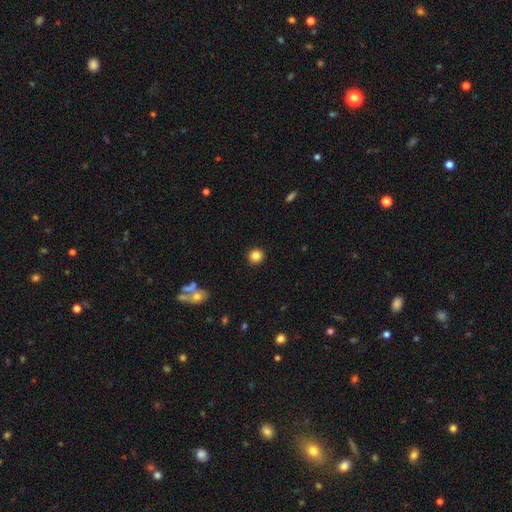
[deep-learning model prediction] The model was most divided on "smooth or featured": smooth: 84%, star or artifact: 11%, featured or disk: 5%. More confident: how rounded — round (94%); merging — none (92%).